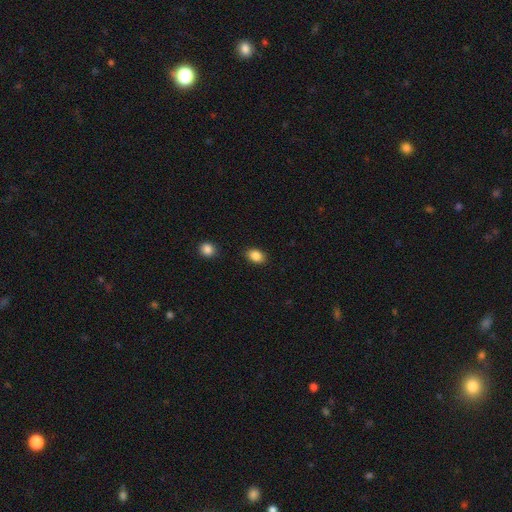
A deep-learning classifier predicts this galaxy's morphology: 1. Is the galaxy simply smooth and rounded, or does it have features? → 87% smooth, 9% star or artifact, 4% featured or disk.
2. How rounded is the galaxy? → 73% in between, 26% round, 1% cigar-shaped.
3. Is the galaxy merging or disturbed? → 86% none, 9% minor disturbance, 3% major disturbance, 2% merger.